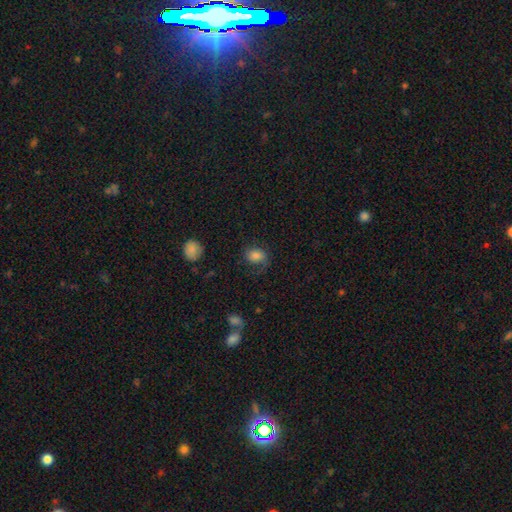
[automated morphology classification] This appears to be a smooth galaxy with no disk features (68%) that is in between round and cigar-shaped (58%). Merging: none (55%).